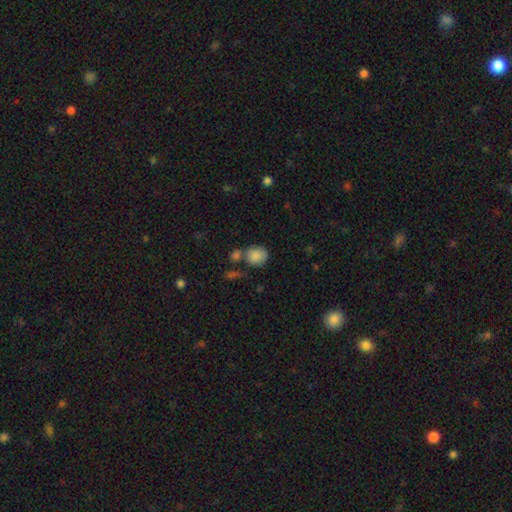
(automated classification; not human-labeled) smooth 86%, star or artifact 8%, featured or disk 6%. Down the decision tree: how rounded — round (68%); merging — none (58%).